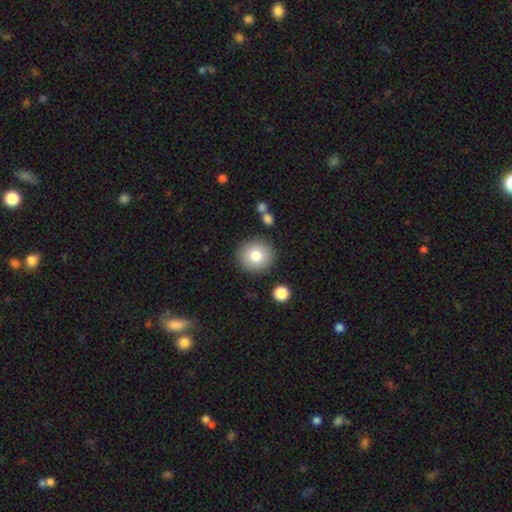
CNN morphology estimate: smooth-or-featured: smooth: 81% | featured or disk: 10% | star or artifact: 9%
  how-rounded: round: 90% | in between: 9% | cigar-shaped: 1%
  merging: none: 86% | minor disturbance: 8% | merger: 3% | major disturbance: 3%